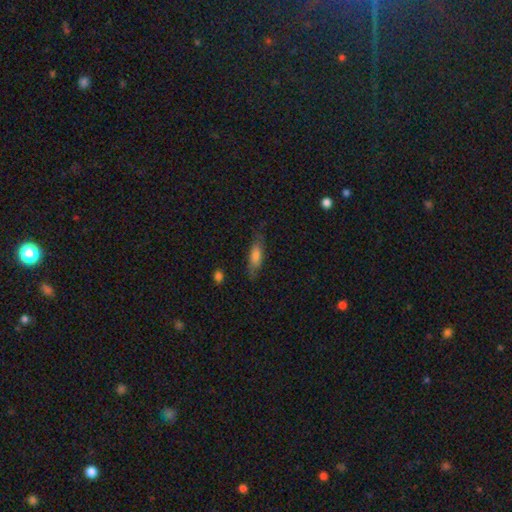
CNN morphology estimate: A smooth galaxy with no disk features (68%) that is in between round and cigar-shaped (55%). Merging: none (73%).